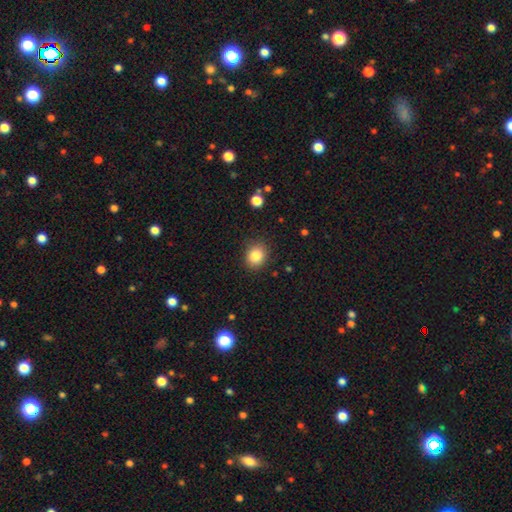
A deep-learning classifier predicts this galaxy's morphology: smooth-or-featured: smooth: 84% | star or artifact: 10% | featured or disk: 6%
  how-rounded: round: 71% | in between: 28% | cigar-shaped: 1%
  merging: none: 87% | minor disturbance: 9% | major disturbance: 3% | merger: 1%